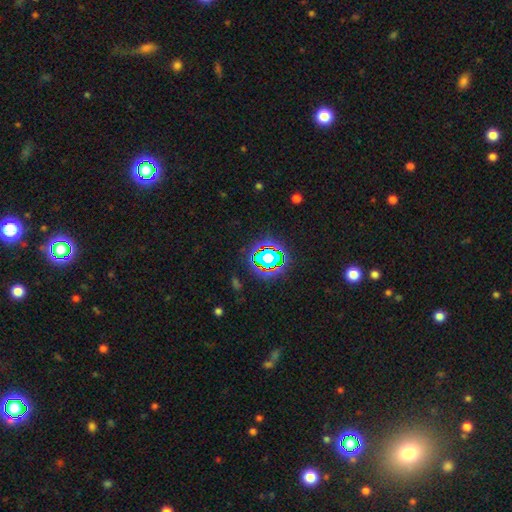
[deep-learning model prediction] Overall: star or artifact (79%).